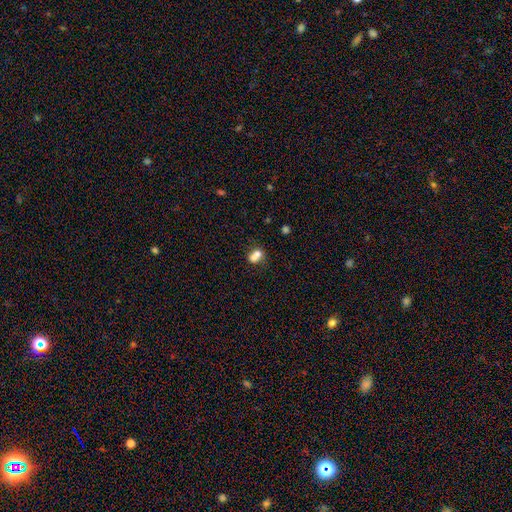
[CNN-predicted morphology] Smooth or featured: smooth — 72% (featured or disk — 16%)
How rounded: in between — 56% (round — 41%)
Merging: merger — 59% (none — 27%)